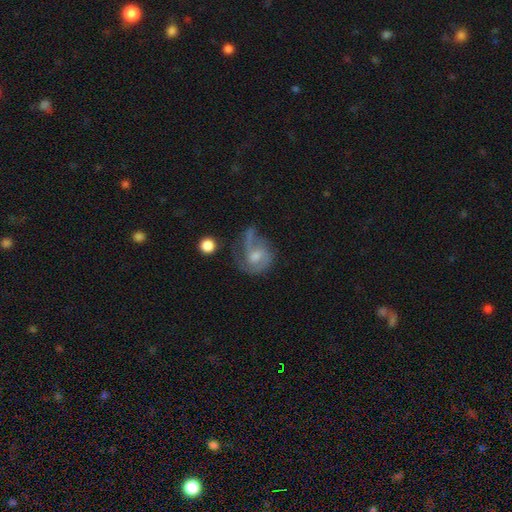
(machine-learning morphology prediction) Smooth or featured? featured or disk (74%)
Edge-on disk? no (98%)
Bar? no (54%)
Spiral arms? yes (90%)
Spiral winding? medium (46%)
Spiral arm count? 2 (51%)
Bulge size? moderate (49%)
Merging? none (43%)